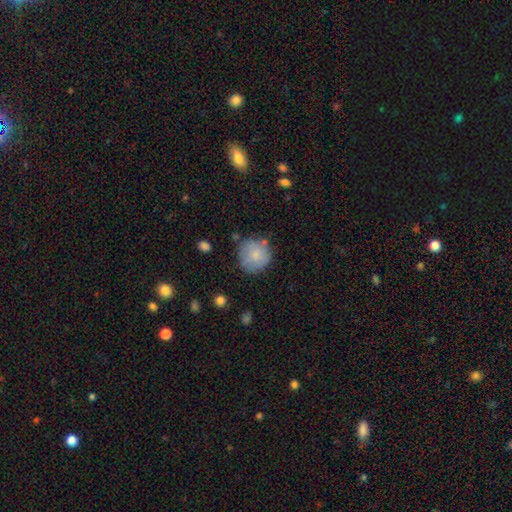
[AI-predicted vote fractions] Smooth or featured? smooth (74%)
How rounded? round (90%)
Merging? none (69%)